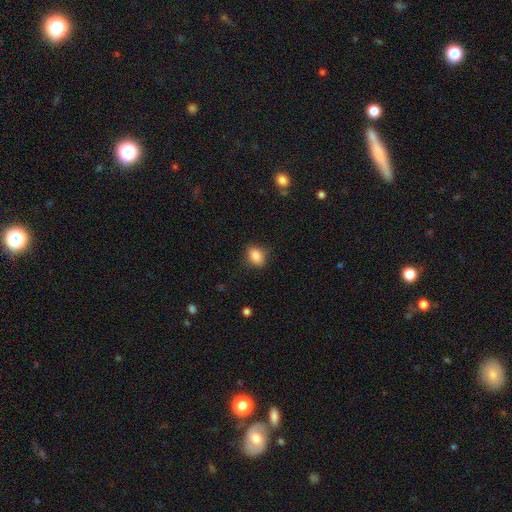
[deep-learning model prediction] Overall: smooth (85%). How rounded: in between (65%; round 34%). Merging: none (79%).